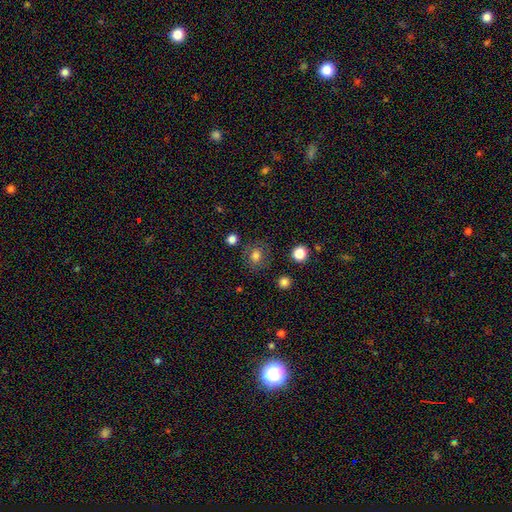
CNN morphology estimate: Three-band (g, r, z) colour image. It shows a smooth galaxy with no disk features (75%) that is round (69%). Merging: none (79%).